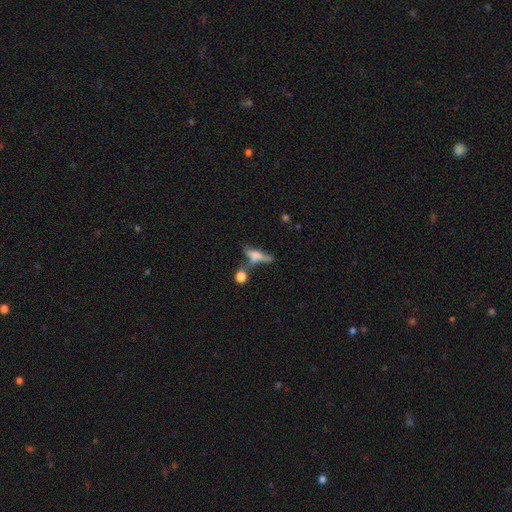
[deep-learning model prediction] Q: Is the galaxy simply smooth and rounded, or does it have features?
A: smooth — 54%.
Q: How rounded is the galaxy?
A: cigar-shaped — 47%.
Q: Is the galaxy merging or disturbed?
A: merger — 31%.